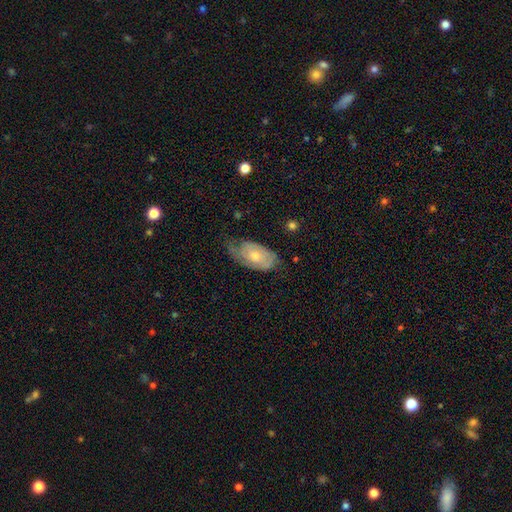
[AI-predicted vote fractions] featured or disk 55%, smooth 39%, star or artifact 6%. Down the decision tree: edge-on disk — no (92%); bar — no (80%); spiral arms — yes (76%); bulge size — moderate (56%); merging — none (47%).